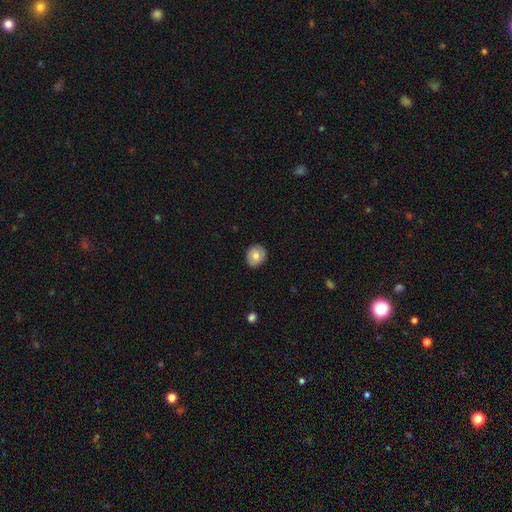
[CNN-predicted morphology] Overall: smooth (74%). How rounded: round (72%). Merging: none (86%).